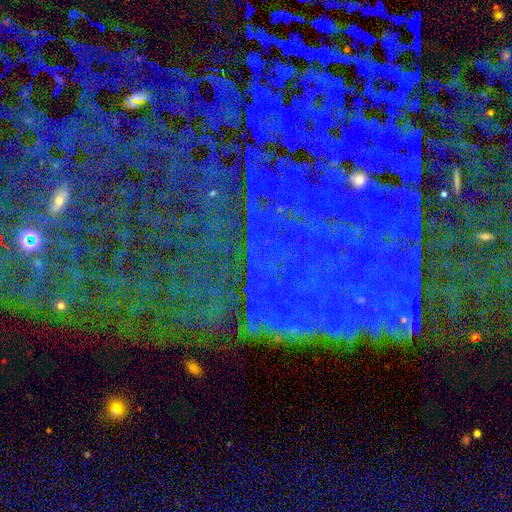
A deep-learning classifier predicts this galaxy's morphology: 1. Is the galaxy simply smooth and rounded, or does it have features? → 82% star or artifact, 10% featured or disk, 8% smooth.